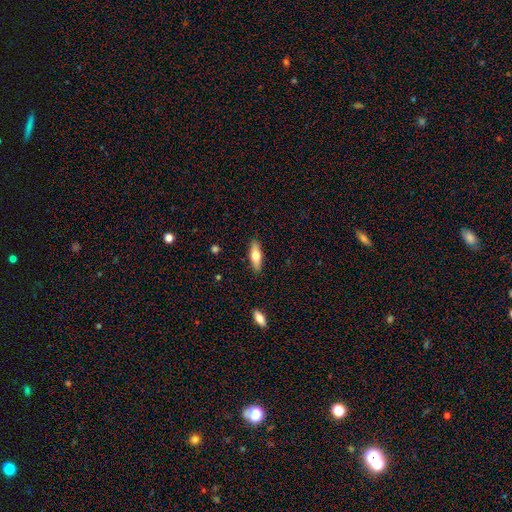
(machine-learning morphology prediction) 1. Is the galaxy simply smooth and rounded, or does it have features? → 63% smooth, 31% featured or disk, 6% star or artifact.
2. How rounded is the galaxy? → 53% in between, 44% cigar-shaped, 2% round.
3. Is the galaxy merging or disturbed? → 88% none, 9% minor disturbance, 2% major disturbance, 1% merger.